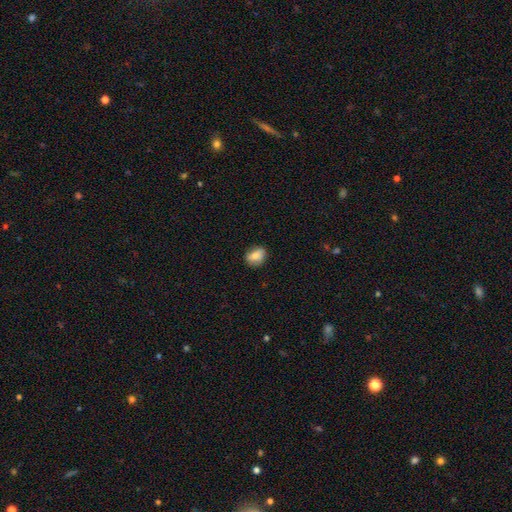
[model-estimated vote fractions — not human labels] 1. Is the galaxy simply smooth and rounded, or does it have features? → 74% smooth, 17% featured or disk, 8% star or artifact.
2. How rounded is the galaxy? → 63% in between, 35% round, 2% cigar-shaped.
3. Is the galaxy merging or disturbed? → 77% none, 18% minor disturbance, 4% major disturbance, 1% merger.